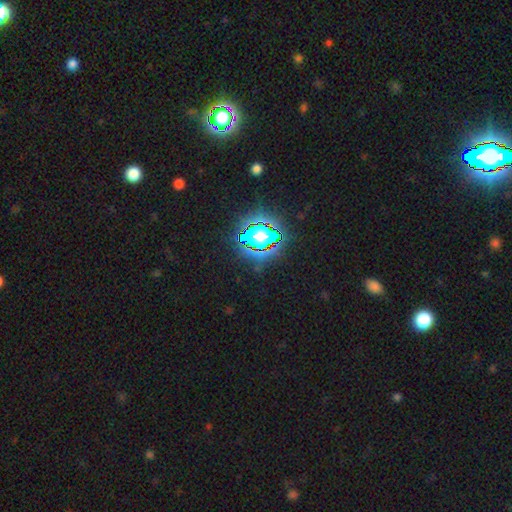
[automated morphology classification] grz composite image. It shows a star or artifact, not a galaxy (81%).